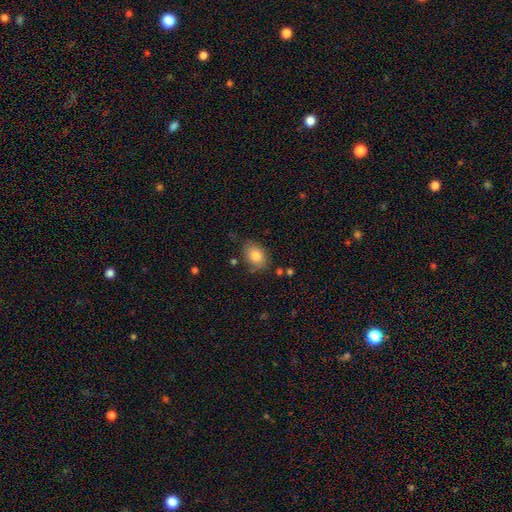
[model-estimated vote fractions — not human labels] A smooth galaxy with no disk features (80%) that is in between round and cigar-shaped (76%).

Vote fractions:
- Smooth or featured? smooth: 80% / featured or disk: 12% / star or artifact: 8%
- How rounded? in between: 76% / round: 22% / cigar-shaped: 1%
- Merging? none: 69% / minor disturbance: 22% / major disturbance: 6% / merger: 3%